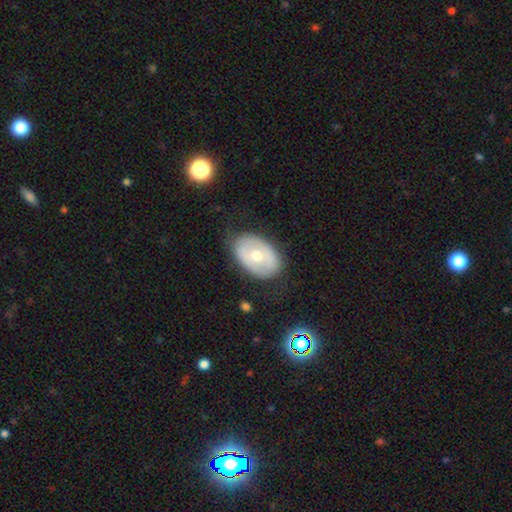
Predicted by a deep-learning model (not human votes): This is possibly a featured or disk galaxy (47%). Merging: likely none (78%).